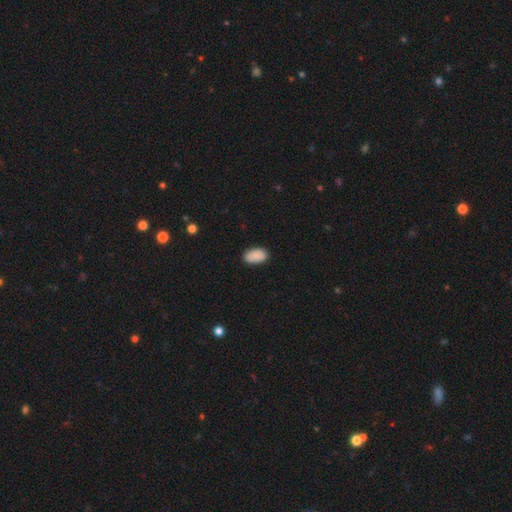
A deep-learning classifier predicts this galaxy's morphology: A smooth galaxy with no disk features (89%) that is in between round and cigar-shaped (94%).

Vote fractions:
- Smooth or featured? smooth: 89% / star or artifact: 7% / featured or disk: 4%
- How rounded? in between: 94% / round: 4% / cigar-shaped: 1%
- Merging? none: 85% / minor disturbance: 11% / major disturbance: 2% / merger: 1%